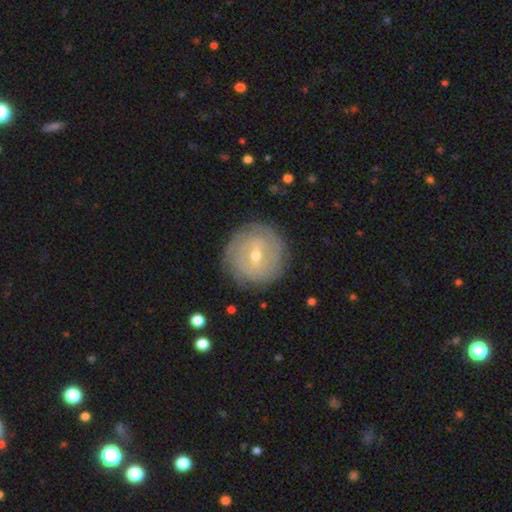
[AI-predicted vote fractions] featured or disk 76%, smooth 18%, star or artifact 6%. Down the decision tree: edge-on disk — no (97%); bar — weak (59%); spiral arms — yes (87%); spiral arm count — can't tell (46%); spiral winding — tight (77%); bulge size — small (51%); merging — none (84%).